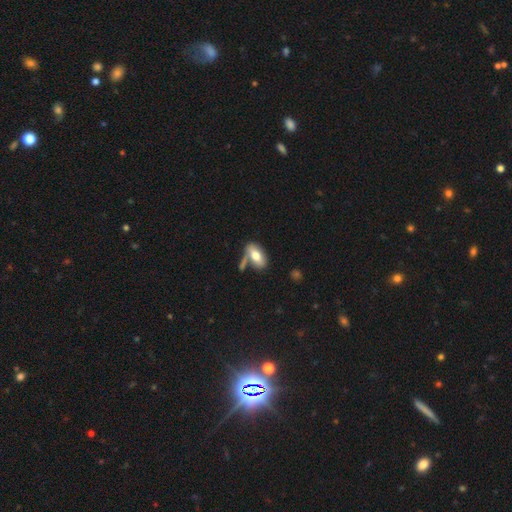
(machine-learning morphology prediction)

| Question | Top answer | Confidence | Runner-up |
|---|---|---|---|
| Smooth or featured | smooth | 71% | featured or disk (23%) |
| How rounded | in between | 89% | cigar-shaped (7%) |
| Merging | none | 51% | merger (24%) |